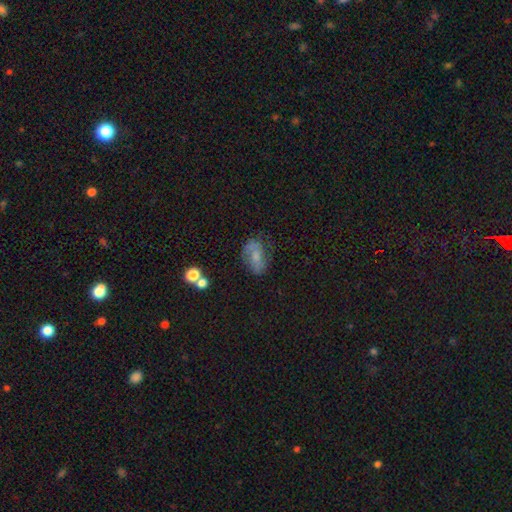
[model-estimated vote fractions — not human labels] Smooth or featured? Predicted: featured or disk (p=0.48). Merging? Predicted: none (p=0.62).